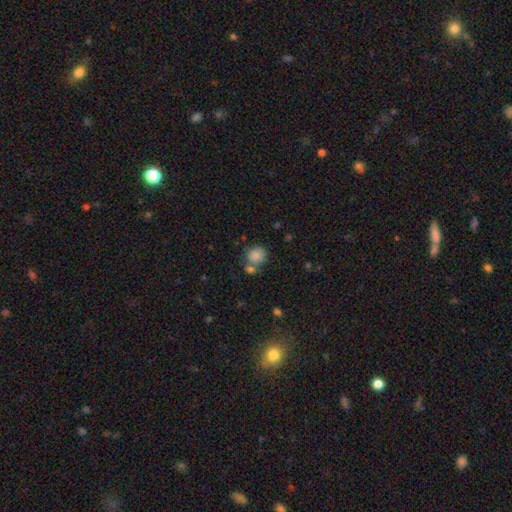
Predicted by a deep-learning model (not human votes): Morphology: type=smooth (85%); roundness=round (77%); merging=none (59%).